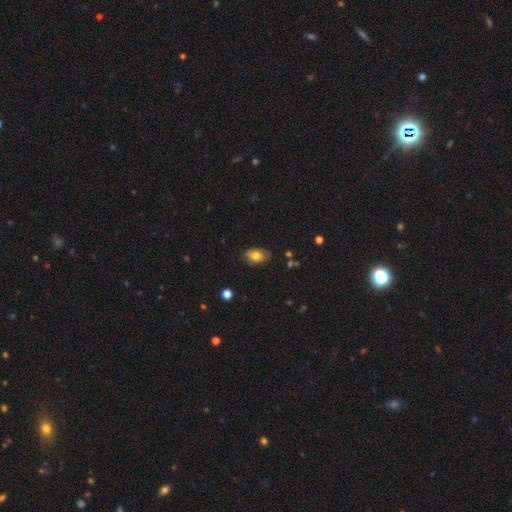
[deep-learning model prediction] smooth-or-featured: smooth: 78% | featured or disk: 13% | star or artifact: 9%
  how-rounded: in between: 85% | round: 13% | cigar-shaped: 1%
  merging: none: 82% | minor disturbance: 14% | major disturbance: 3% | merger: 1%